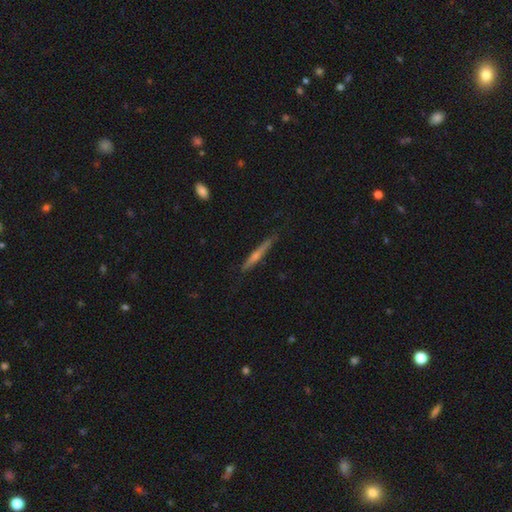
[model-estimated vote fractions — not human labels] featured or disk 63%, smooth 30%, star or artifact 7%. Down the decision tree: edge-on disk — yes (97%); edge-on bulge — rounded (73%); merging — none (84%).